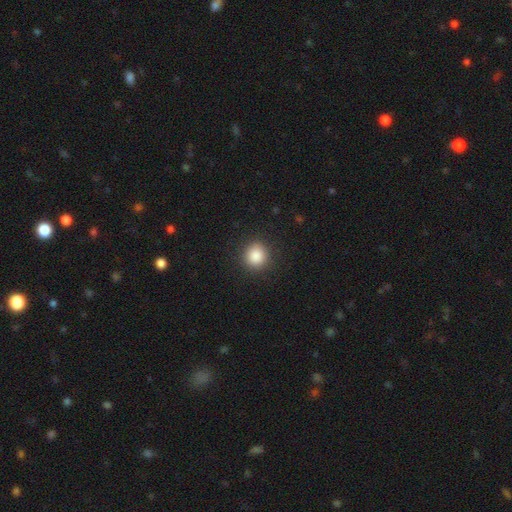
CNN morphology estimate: smooth_or_featured: smooth (p=0.87) [alt: star or artifact p=0.09]
how_rounded: round (p=0.89) [alt: in between p=0.10]
merging: none (p=0.90) [alt: minor disturbance p=0.07]